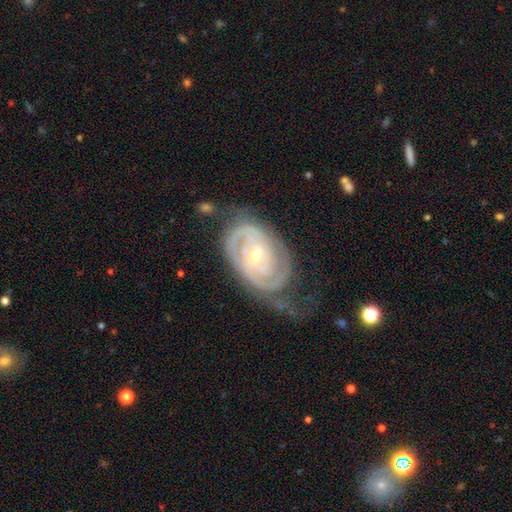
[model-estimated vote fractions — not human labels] smooth_or_featured: featured or disk (p=0.89) [alt: smooth p=0.06]
disk_edge_on: no (p=0.96) [alt: yes p=0.04]
bar: no (p=0.60) [alt: weak p=0.28]
has_spiral_arms: yes (p=0.96) [alt: no p=0.04]
spiral_winding: tight (p=0.77) [alt: medium p=0.19]
spiral_arm_count: 2 (p=0.50) [alt: can't tell p=0.22]
bulge_size: small (p=0.56) [alt: moderate p=0.41]
merging: none (p=0.51) [alt: minor disturbance p=0.26]